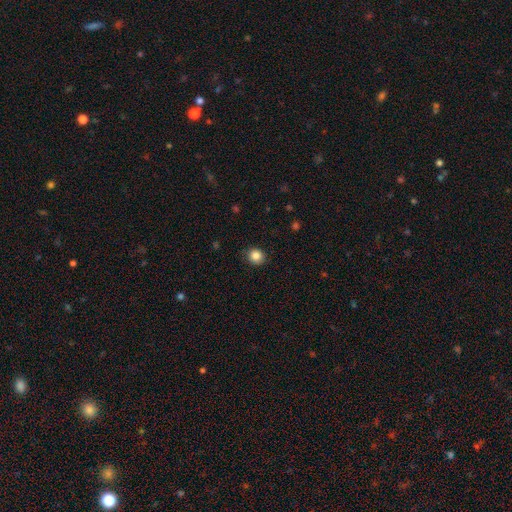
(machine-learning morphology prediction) This appears to be a smooth galaxy with no disk features (86%) that is round (85%). Merging: none (88%).